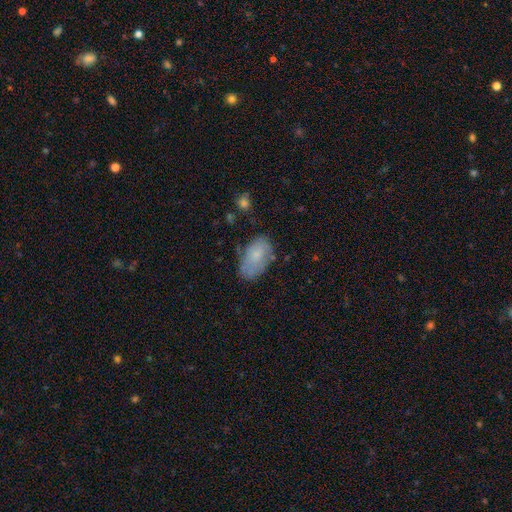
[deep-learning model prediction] This is likely a smooth galaxy (70%). How rounded: clearly in between (93%). Merging: likely none (61%).